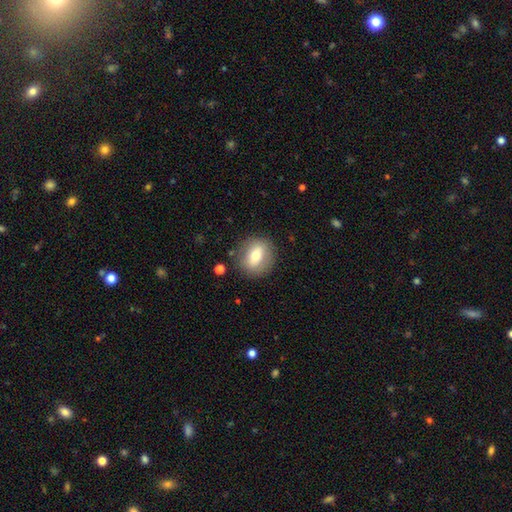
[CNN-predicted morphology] Smooth or featured? smooth (64%)
How rounded? round (64%)
Merging? none (84%)